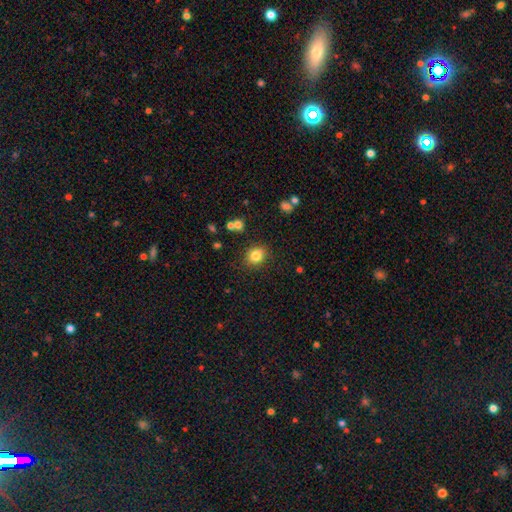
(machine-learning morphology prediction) smooth-or-featured: smooth: 82% | star or artifact: 11% | featured or disk: 7%
  how-rounded: round: 70% | in between: 29% | cigar-shaped: 1%
  merging: none: 84% | minor disturbance: 10% | major disturbance: 3% | merger: 3%